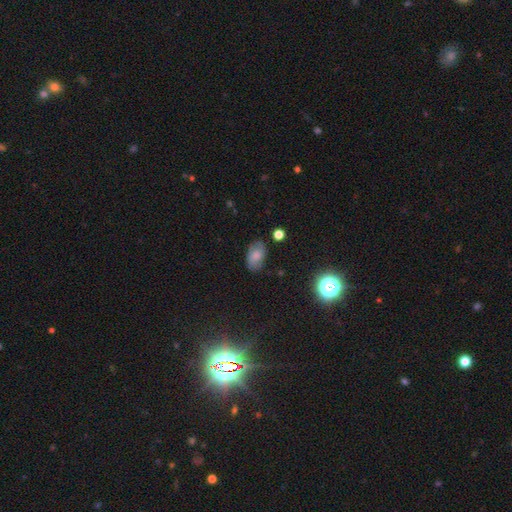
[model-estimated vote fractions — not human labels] smooth_or_featured: smooth (p=0.67) [alt: featured or disk p=0.21]
how_rounded: in between (p=0.89) [alt: round p=0.09]
merging: none (p=0.76) [alt: minor disturbance p=0.18]